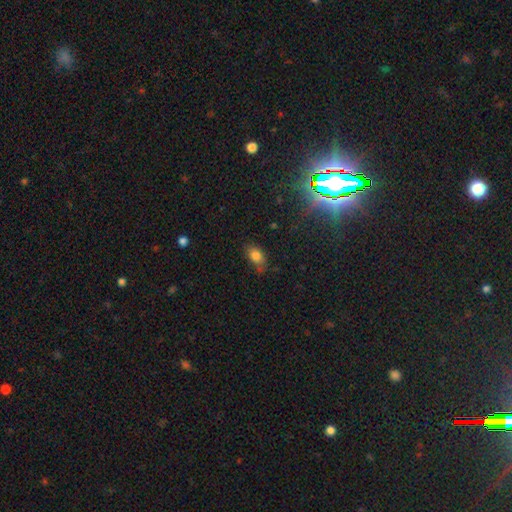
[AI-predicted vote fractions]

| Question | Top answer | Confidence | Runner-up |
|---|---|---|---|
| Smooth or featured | smooth | 80% | star or artifact (11%) |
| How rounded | in between | 86% | round (11%) |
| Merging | none | 67% | minor disturbance (24%) |